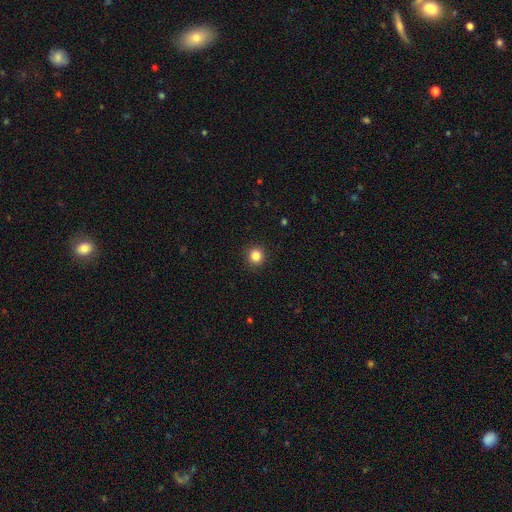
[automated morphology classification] Smooth or featured? Predicted: smooth (p=0.84). How rounded? Predicted: round (p=0.93). Merging? Predicted: none (p=0.92).